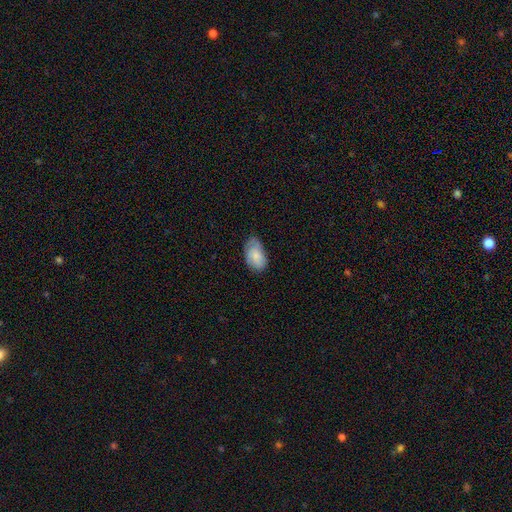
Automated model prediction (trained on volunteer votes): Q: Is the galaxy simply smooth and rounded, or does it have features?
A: smooth — 68%.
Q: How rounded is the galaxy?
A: in between — 92%.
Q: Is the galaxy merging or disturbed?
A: none — 60%.